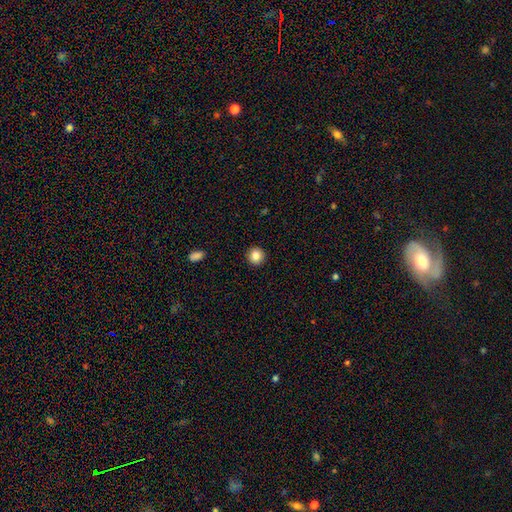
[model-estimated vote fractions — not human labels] A smooth galaxy with no disk features (86%) that is round (92%).

Vote fractions:
- Smooth or featured? smooth: 86% / star or artifact: 9% / featured or disk: 5%
- How rounded? round: 92% / in between: 7% / cigar-shaped: 1%
- Merging? none: 93% / minor disturbance: 5% / major disturbance: 2% / merger: 1%